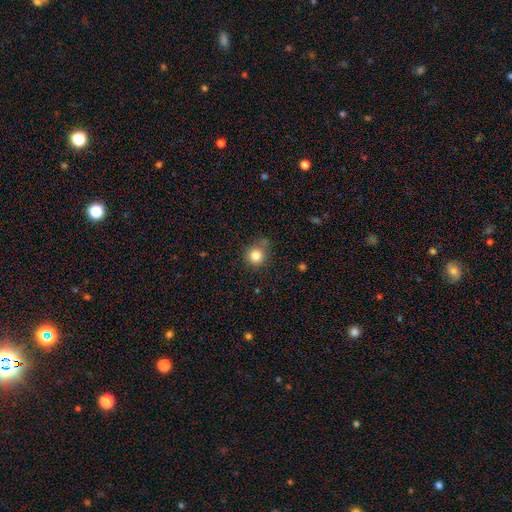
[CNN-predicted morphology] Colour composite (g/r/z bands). It shows a smooth galaxy with no disk features (83%) that is round (91%). Merging: none (74%).